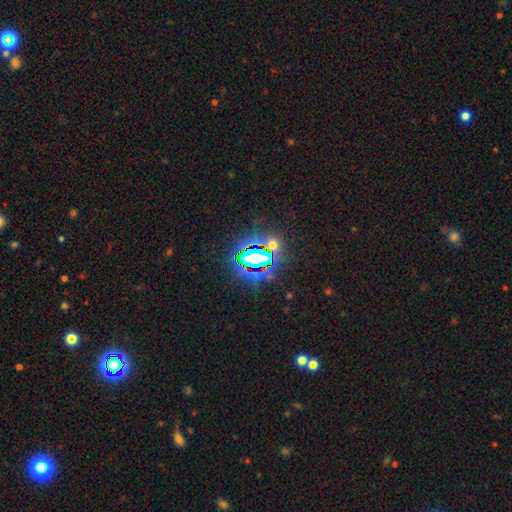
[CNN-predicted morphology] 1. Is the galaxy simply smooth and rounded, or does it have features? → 75% star or artifact, 14% smooth, 11% featured or disk.